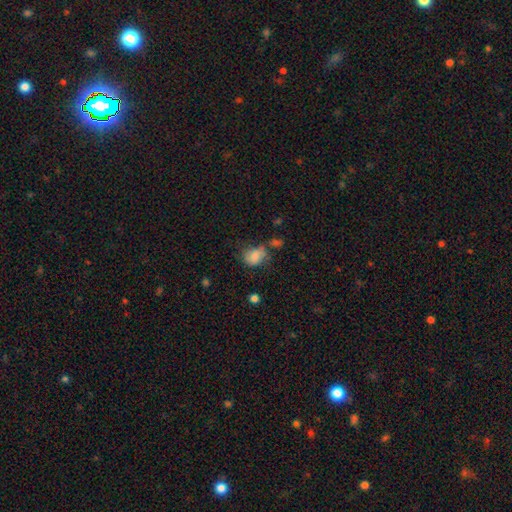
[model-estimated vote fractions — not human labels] Morphology: type=smooth (75%); roundness=in between (57%); merging=none (42%).